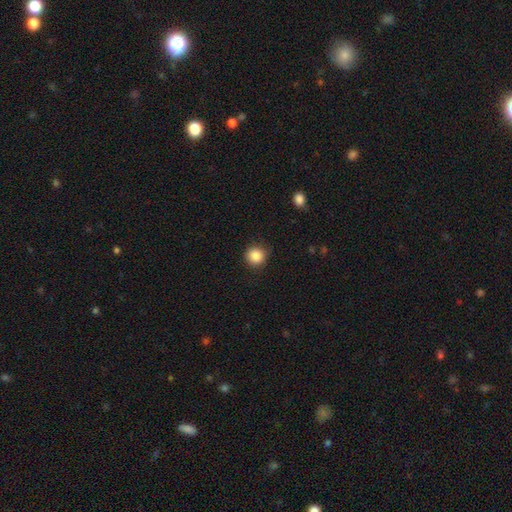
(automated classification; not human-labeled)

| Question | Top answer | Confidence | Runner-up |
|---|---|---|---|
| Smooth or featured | smooth | 86% | star or artifact (10%) |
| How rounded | round | 93% | in between (6%) |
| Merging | none | 87% | minor disturbance (9%) |